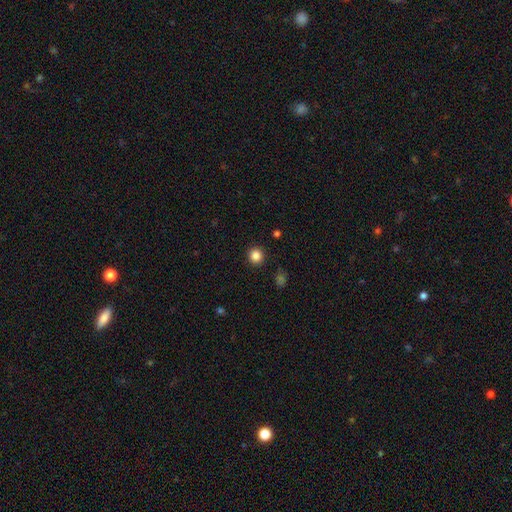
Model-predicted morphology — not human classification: A smooth galaxy with no disk features (85%) that is round (93%).

Vote fractions:
- Smooth or featured? smooth: 85% / star or artifact: 12% / featured or disk: 3%
- How rounded? round: 93% / in between: 6% / cigar-shaped: 1%
- Merging? none: 92% / minor disturbance: 5% / major disturbance: 2% / merger: 1%